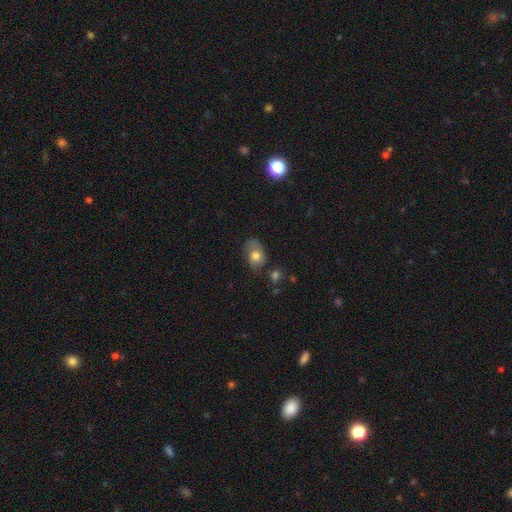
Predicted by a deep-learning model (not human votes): Q: Smooth or featured?
A: smooth (72%); runner-up: featured or disk (19%)
Q: How rounded?
A: in between (78%); runner-up: round (21%)
Q: Merging?
A: none (47%); runner-up: minor disturbance (34%)